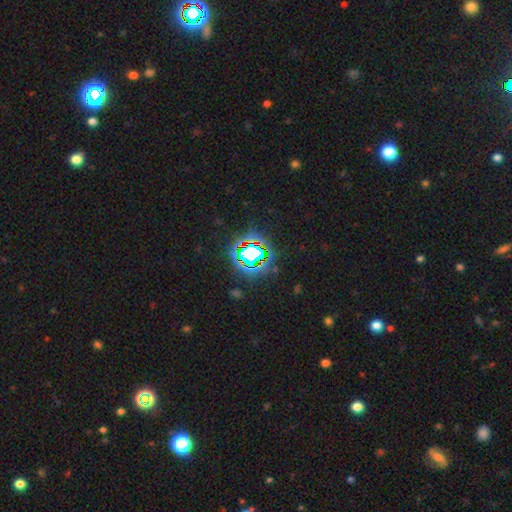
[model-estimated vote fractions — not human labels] smooth-or-featured: star or artifact: 78% | smooth: 14% | featured or disk: 8%